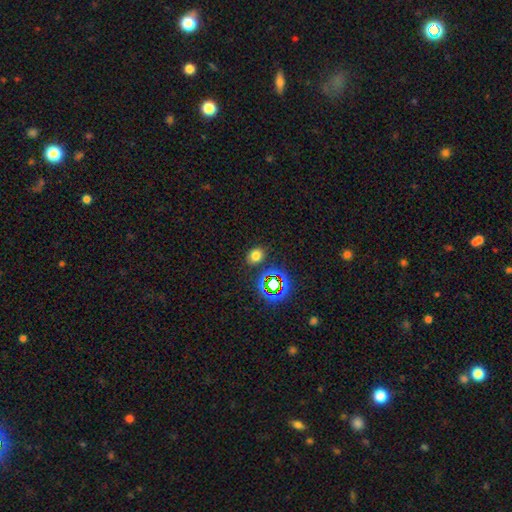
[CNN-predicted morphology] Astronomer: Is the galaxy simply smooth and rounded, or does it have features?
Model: smooth — 70%.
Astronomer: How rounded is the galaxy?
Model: round — 57% (runner-up: in between, 42%).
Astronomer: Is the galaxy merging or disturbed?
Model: none — 84%.